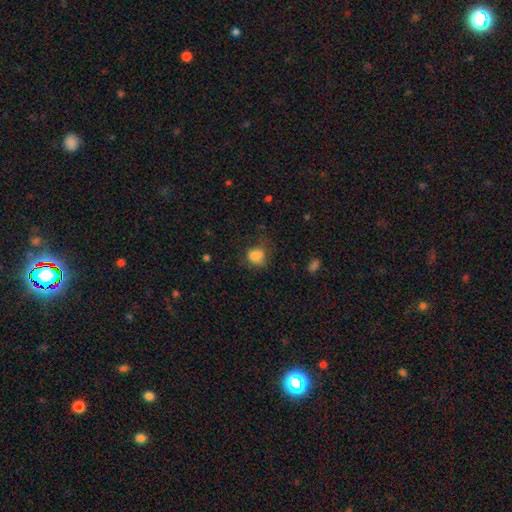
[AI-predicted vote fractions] This is likely a smooth galaxy (76%). How rounded: possibly round (56%). Merging: marginally none (41%).